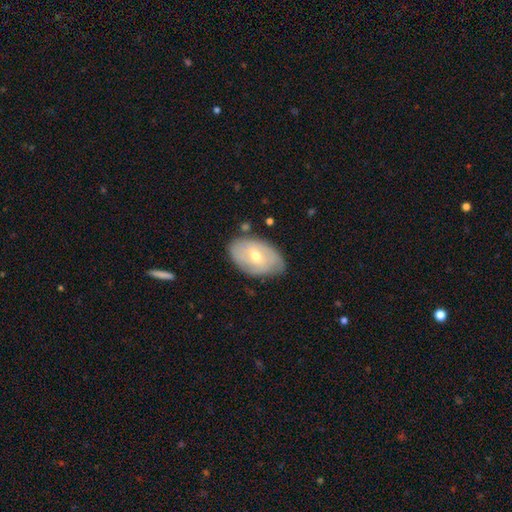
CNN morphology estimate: The model was most divided on "smooth or featured": featured or disk: 54%, smooth: 39%, star or artifact: 7%. More confident: edge-on disk — no (92%); merging — none (72%); bulge size — moderate (58%); spiral arms — yes (58%); bar — weak (52%).